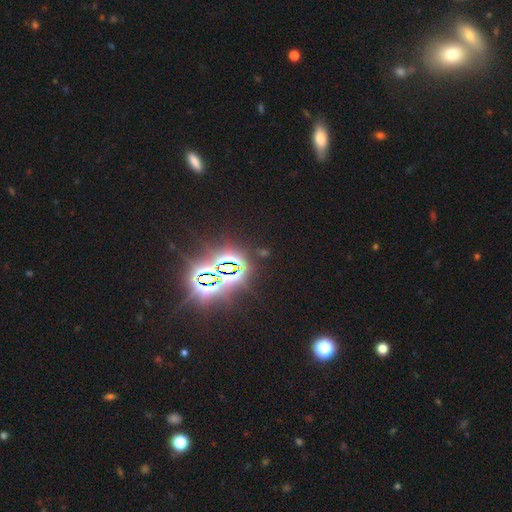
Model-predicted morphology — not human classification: Smooth or featured: star or artifact — 78% (smooth — 12%)